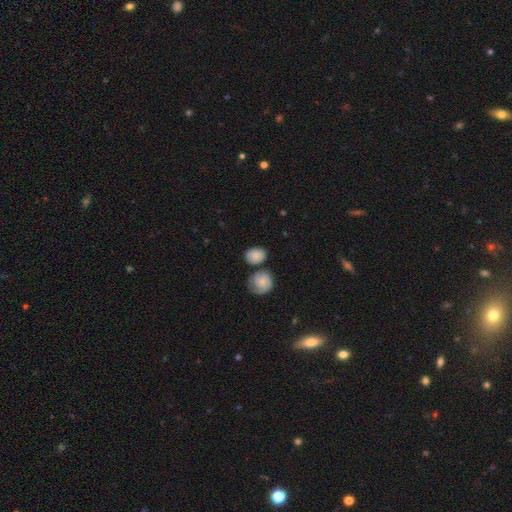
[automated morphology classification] smooth-or-featured: smooth: 82% | featured or disk: 11% | star or artifact: 7%
  how-rounded: in between: 58% | round: 41% | cigar-shaped: 1%
  merging: none: 62% | merger: 17% | minor disturbance: 16% | major disturbance: 5%